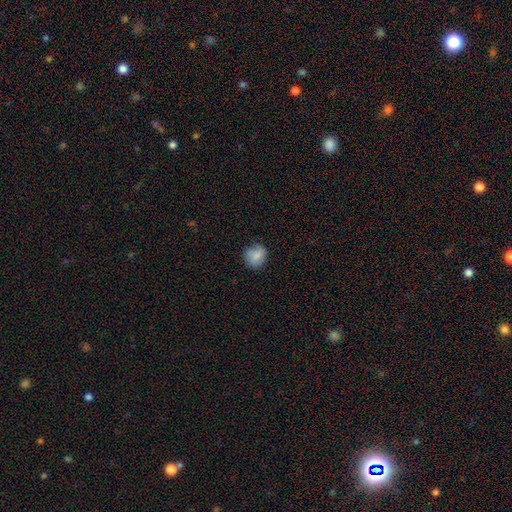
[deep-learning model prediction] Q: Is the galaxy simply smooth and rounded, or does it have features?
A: smooth — 80%.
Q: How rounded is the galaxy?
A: round — 83%.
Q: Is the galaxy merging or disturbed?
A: none — 74%.